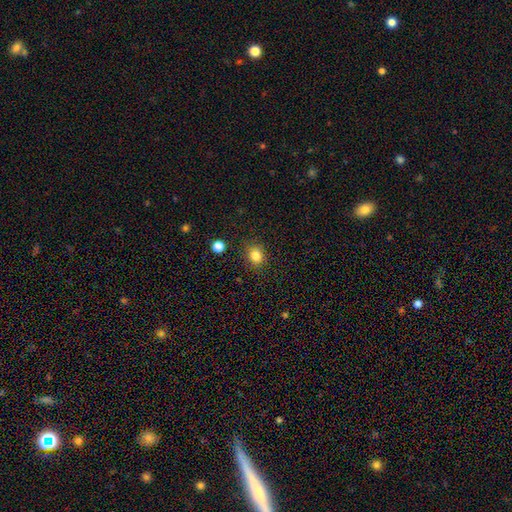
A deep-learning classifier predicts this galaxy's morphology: smooth-or-featured: smooth: 83% | star or artifact: 12% | featured or disk: 5%
  how-rounded: round: 71% | in between: 28% | cigar-shaped: 1%
  merging: none: 87% | minor disturbance: 9% | major disturbance: 3% | merger: 2%